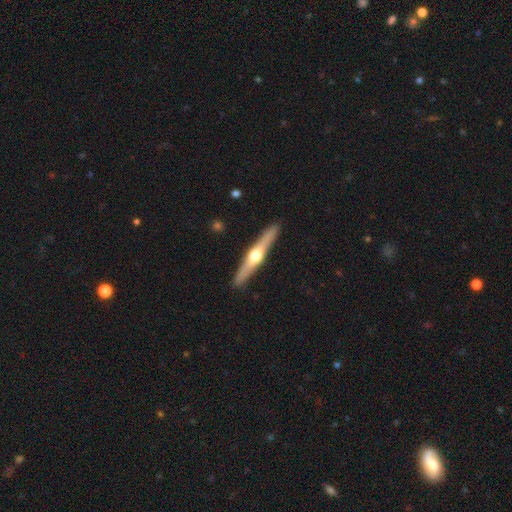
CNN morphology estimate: Q: Smooth or featured?
A: featured or disk (71%); runner-up: smooth (24%)
Q: Edge-on disk?
A: yes (97%); runner-up: no (3%)
Q: Edge-on bulge?
A: rounded (95%); runner-up: boxy (3%)
Q: Merging?
A: none (91%); runner-up: minor disturbance (6%)